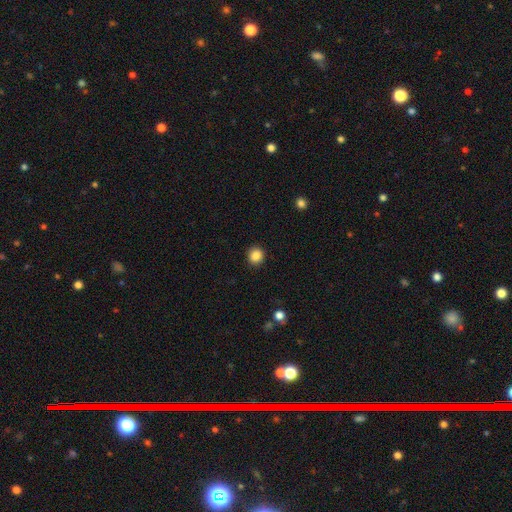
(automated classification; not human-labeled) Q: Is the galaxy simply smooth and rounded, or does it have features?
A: smooth — 86%.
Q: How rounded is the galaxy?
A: round — 86%.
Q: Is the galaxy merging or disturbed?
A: none — 91%.